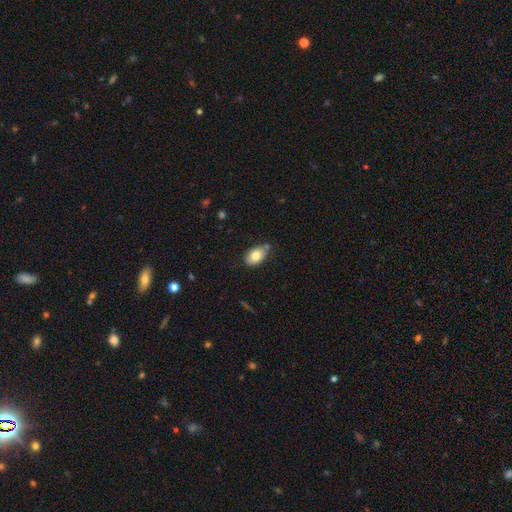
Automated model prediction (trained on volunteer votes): smooth-or-featured: smooth: 79% | featured or disk: 13% | star or artifact: 8%
  how-rounded: in between: 89% | round: 10% | cigar-shaped: 1%
  merging: none: 69% | minor disturbance: 21% | merger: 6% | major disturbance: 4%